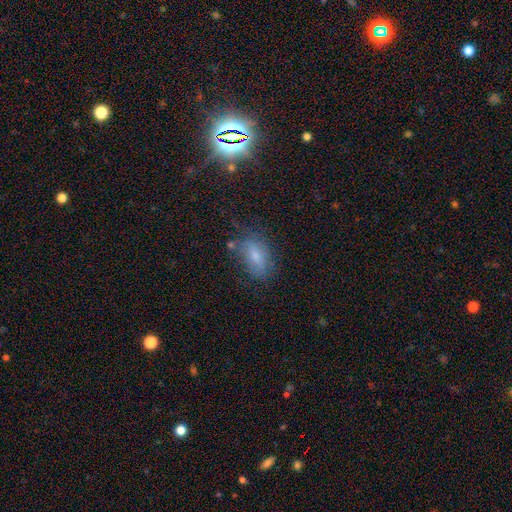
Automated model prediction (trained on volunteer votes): Smooth or featured?
  - smooth: 69% *
  - featured or disk: 19%
  - star or artifact: 12%
How rounded?
  - in between: 86% *
  - cigar-shaped: 8%
  - round: 6%
Merging?
  - none: 63% *
  - minor disturbance: 23%
  - major disturbance: 9%
  - merger: 4%